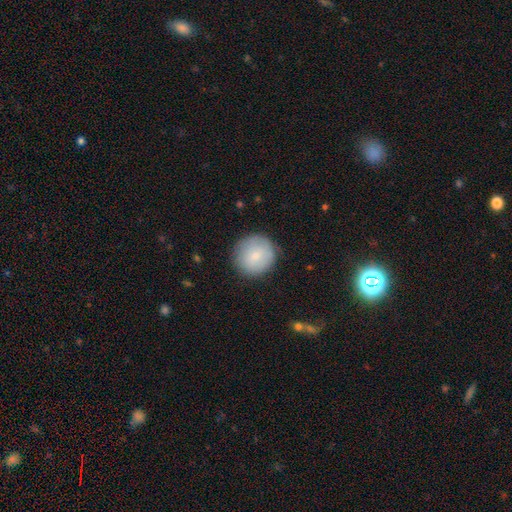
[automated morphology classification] A smooth galaxy with no disk features (80%) that is round (93%). Merging: none (85%).